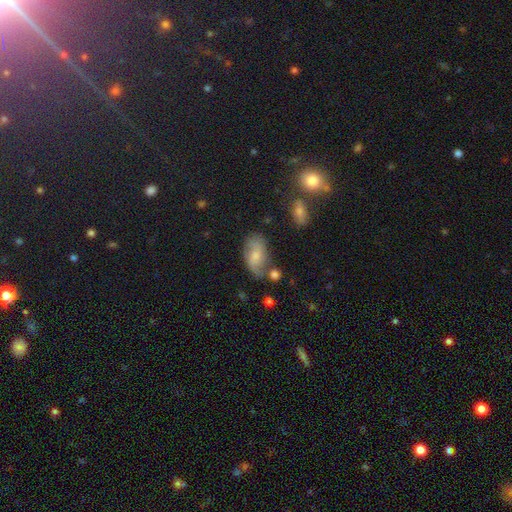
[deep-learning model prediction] A smooth galaxy with no disk features (47%). Merging: none (57%).